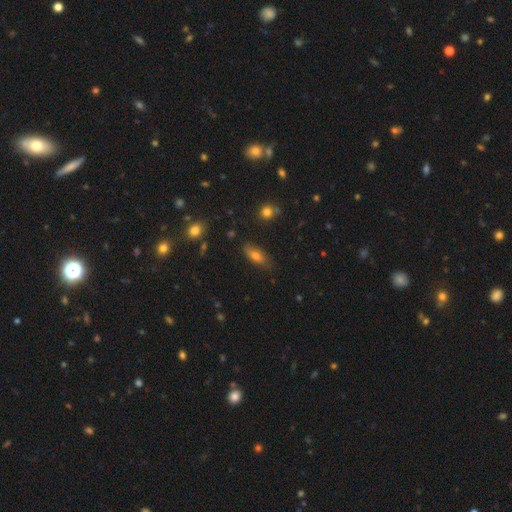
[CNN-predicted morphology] smooth_or_featured: smooth (p=0.70) [alt: featured or disk p=0.21]
how_rounded: in between (p=0.75) [alt: cigar-shaped p=0.22]
merging: none (p=0.75) [alt: minor disturbance p=0.19]